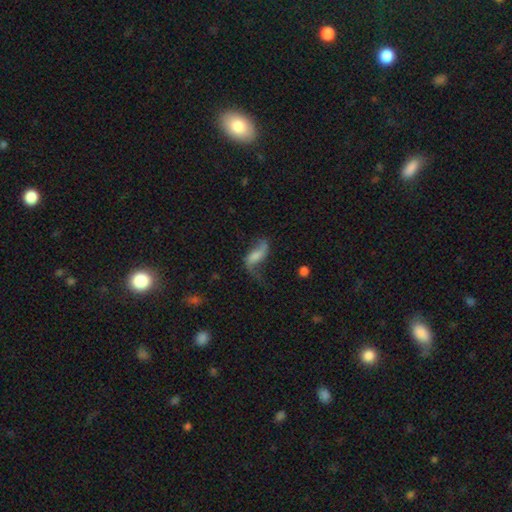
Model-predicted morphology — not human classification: smooth_or_featured: featured or disk (p=0.69) [alt: smooth p=0.21]
disk_edge_on: no (p=0.93) [alt: yes p=0.07]
bar: weak (p=0.40) [alt: no p=0.39]
has_spiral_arms: yes (p=0.90) [alt: no p=0.10]
spiral_winding: loose (p=0.86) [alt: medium p=0.11]
spiral_arm_count: 2 (p=0.86) [alt: 1 p=0.08]
bulge_size: none (p=0.31) [alt: small p=0.28]
merging: none (p=0.53) [alt: major disturbance p=0.23]